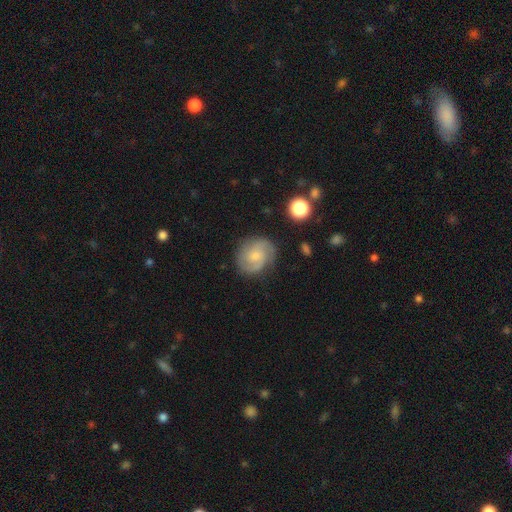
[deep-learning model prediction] This appears to be a featured or disk galaxy (71%) with no bar (56%), 2 (72%) medium (47%) spiral arms (94%) and a small central bulge (56%). Merging: none (78%).